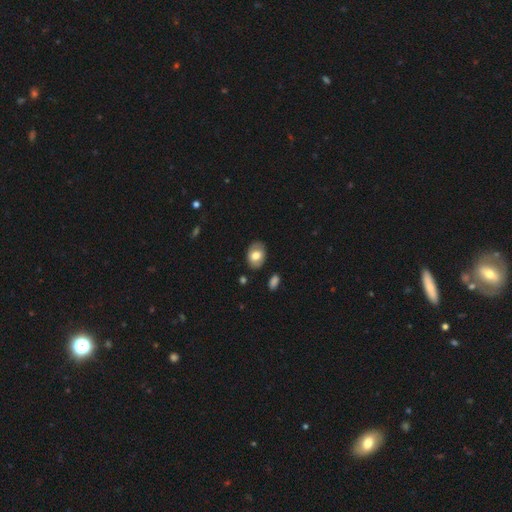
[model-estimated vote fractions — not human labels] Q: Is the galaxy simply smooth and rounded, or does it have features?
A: smooth — 72%.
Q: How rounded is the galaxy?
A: in between — 78%.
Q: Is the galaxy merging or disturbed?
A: none — 82%.